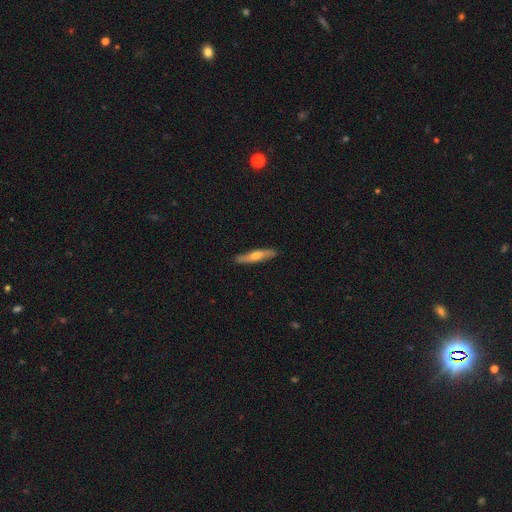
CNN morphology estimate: A smooth galaxy with no disk features (55%) that is cigar-shaped (87%). Merging: none (88%).